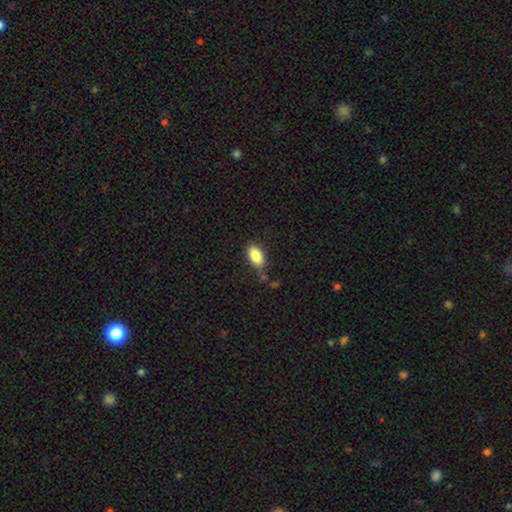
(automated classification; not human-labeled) A smooth galaxy with no disk features (87%) that is in between round and cigar-shaped (92%).

Vote fractions:
- Smooth or featured? smooth: 87% / star or artifact: 7% / featured or disk: 6%
- How rounded? in between: 92% / round: 4% / cigar-shaped: 4%
- Merging? none: 74% / minor disturbance: 17% / merger: 4% / major disturbance: 4%